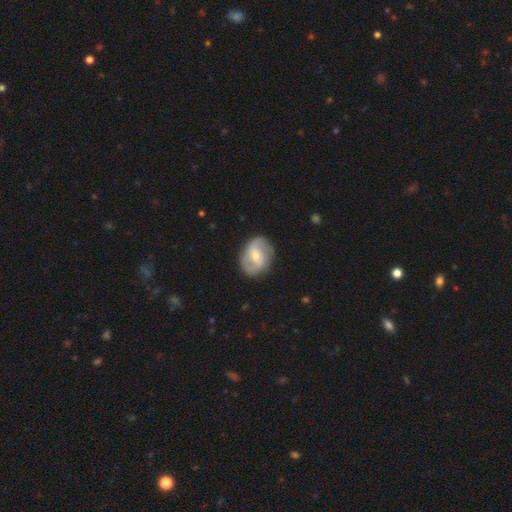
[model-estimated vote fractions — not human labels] Smooth or featured?
  - featured or disk: 73% *
  - smooth: 22%
  - star or artifact: 6%
Edge-on disk?
  - no: 97% *
  - yes: 3%
Bar?
  - weak: 46% *
  - no: 32%
  - strong: 21%
Spiral arms?
  - yes: 88% *
  - no: 12%
Spiral winding?
  - medium: 45% *
  - loose: 31%
  - tight: 24%
Spiral arm count?
  - 2: 85% *
  - can't tell: 8%
  - 3: 3%
  - 1: 2%
  - 4: 1%
  - more than 4: 1%
Bulge size?
  - small: 52% *
  - moderate: 43%
  - large: 2%
  - none: 2%
  - dominant: 1%
Merging?
  - none: 82% *
  - minor disturbance: 12%
  - major disturbance: 4%
  - merger: 1%